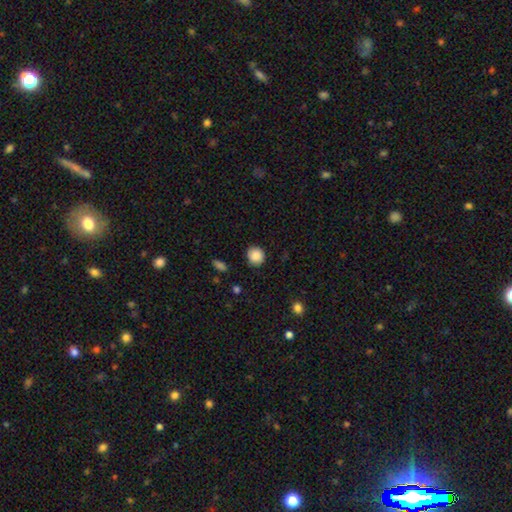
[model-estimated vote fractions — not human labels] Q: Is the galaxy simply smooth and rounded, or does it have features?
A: smooth — 88%.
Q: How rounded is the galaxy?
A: round — 87%.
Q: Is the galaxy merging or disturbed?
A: none — 88%.